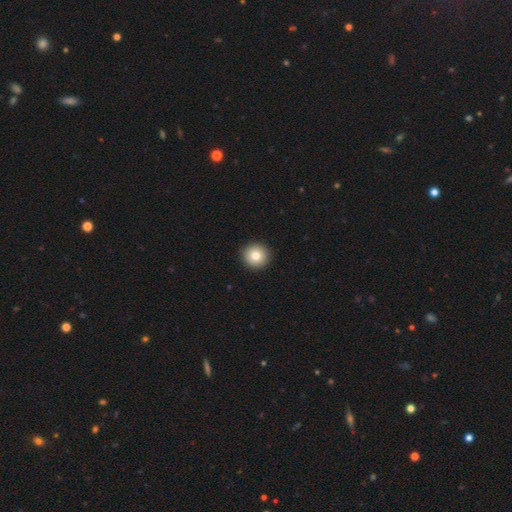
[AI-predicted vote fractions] Morphology: type=smooth (81%); roundness=round (95%); merging=none (93%).